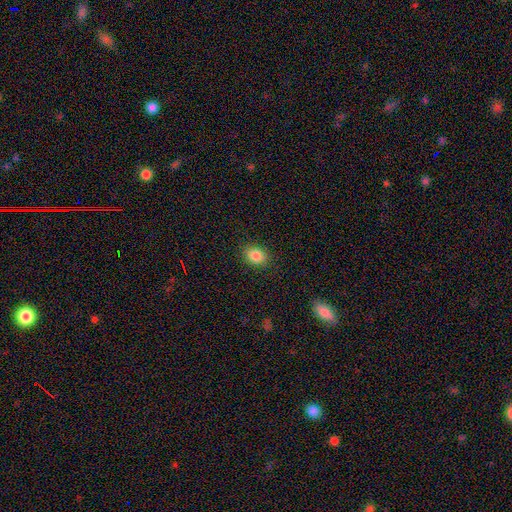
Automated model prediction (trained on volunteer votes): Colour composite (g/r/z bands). It shows a smooth galaxy with no disk features (85%) that is in between round and cigar-shaped (61%). Merging: none (89%).